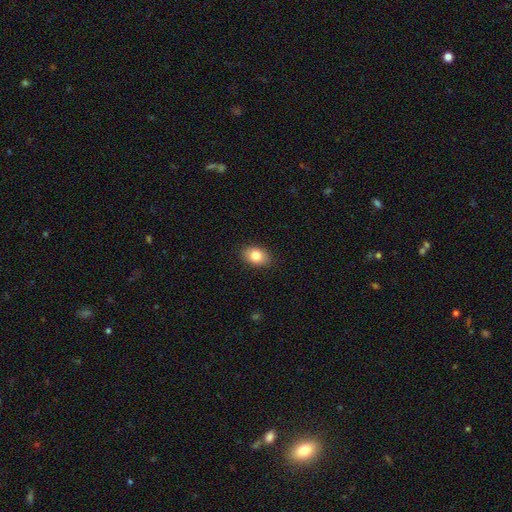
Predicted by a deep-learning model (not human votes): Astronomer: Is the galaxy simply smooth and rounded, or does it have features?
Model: smooth — 83%.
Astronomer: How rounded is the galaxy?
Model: in between — 80%.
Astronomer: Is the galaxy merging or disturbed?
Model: none — 89%.